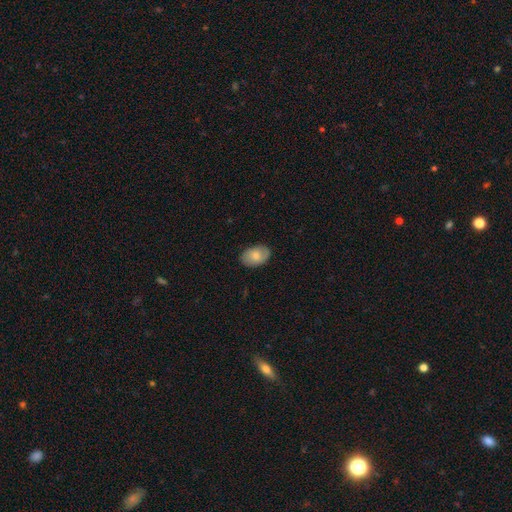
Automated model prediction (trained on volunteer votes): smooth_or_featured: smooth (p=0.75) [alt: featured or disk p=0.19]
how_rounded: in between (p=0.87) [alt: round p=0.12]
merging: none (p=0.85) [alt: minor disturbance p=0.12]